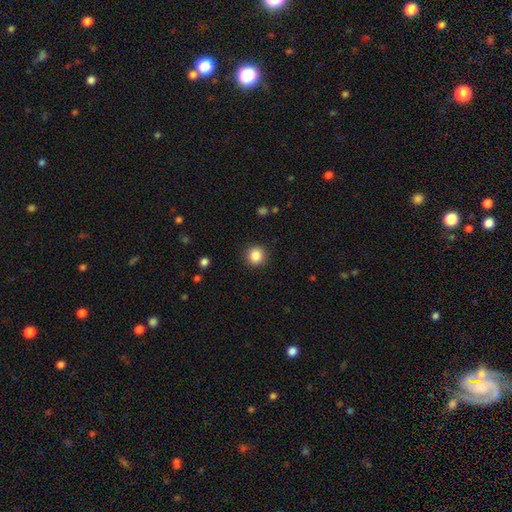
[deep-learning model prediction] Smooth or featured? smooth (86%)
How rounded? round (93%)
Merging? none (90%)